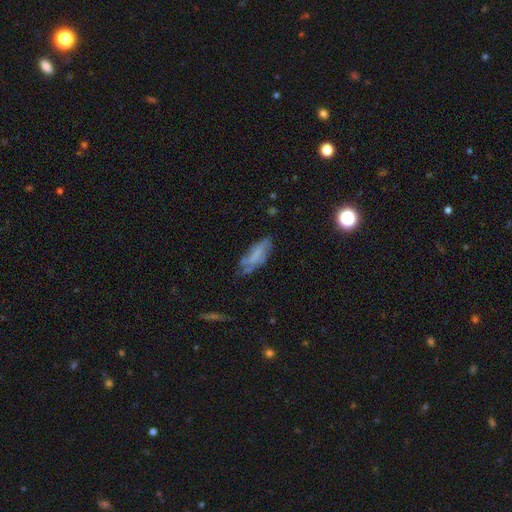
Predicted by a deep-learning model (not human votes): Smooth or featured? Predicted: smooth (p=0.50). How rounded? Predicted: in between (p=0.65). Merging? Predicted: none (p=0.49).